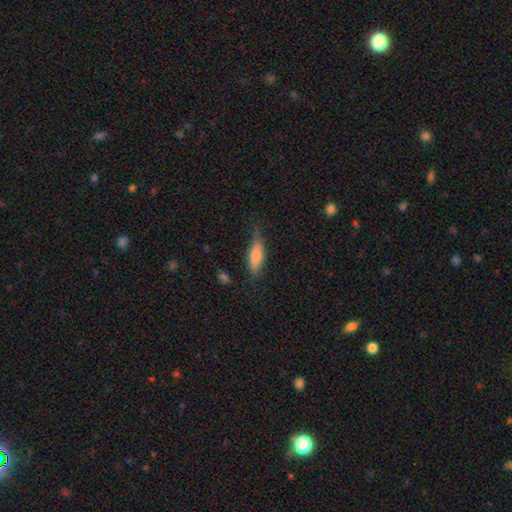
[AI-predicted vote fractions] smooth-or-featured: smooth: 76% | featured or disk: 17% | star or artifact: 7%
  how-rounded: in between: 54% | cigar-shaped: 44% | round: 2%
  merging: none: 63% | minor disturbance: 28% | major disturbance: 7% | merger: 2%